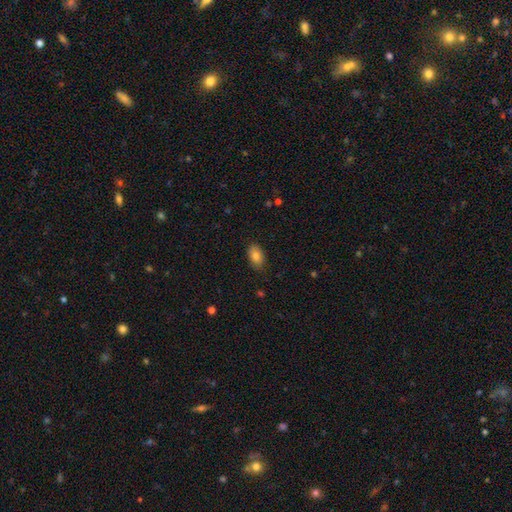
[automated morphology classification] Smooth or featured? Predicted: smooth (p=0.82). How rounded? Predicted: in between (p=0.91). Merging? Predicted: none (p=0.85).